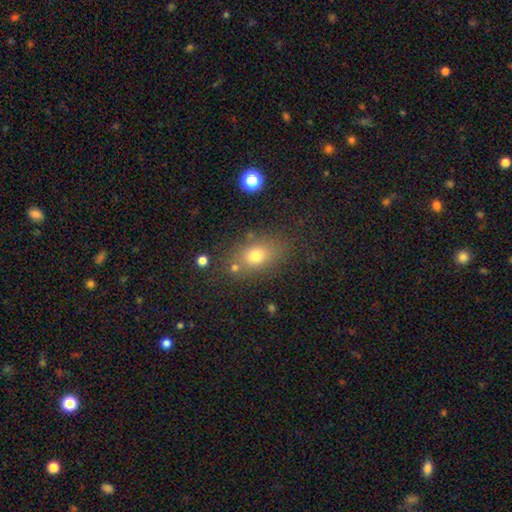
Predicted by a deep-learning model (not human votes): Smooth or featured? Predicted: smooth (p=0.73). How rounded? Predicted: in between (p=0.69). Merging? Predicted: none (p=0.73).